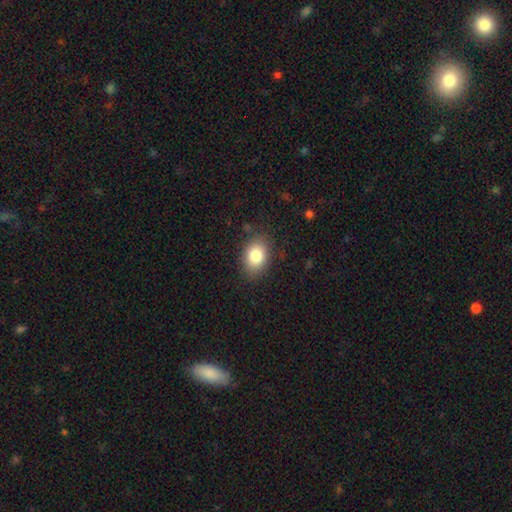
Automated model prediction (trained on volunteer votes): A smooth galaxy with no disk features (84%) that is in between round and cigar-shaped (72%). Merging: none (83%).